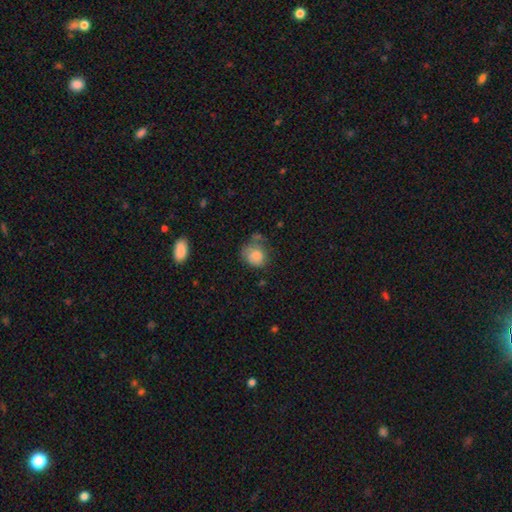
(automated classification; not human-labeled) Morphology: type=smooth (79%); roundness=round (60%); merging=none (44%).